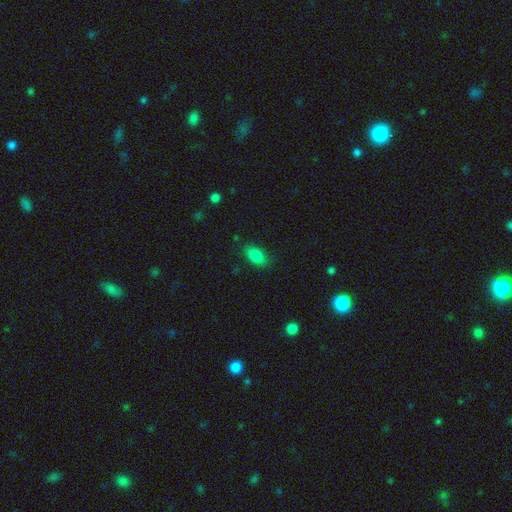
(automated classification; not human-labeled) Smooth or featured? smooth (85%)
How rounded? in between (89%)
Merging? none (83%)